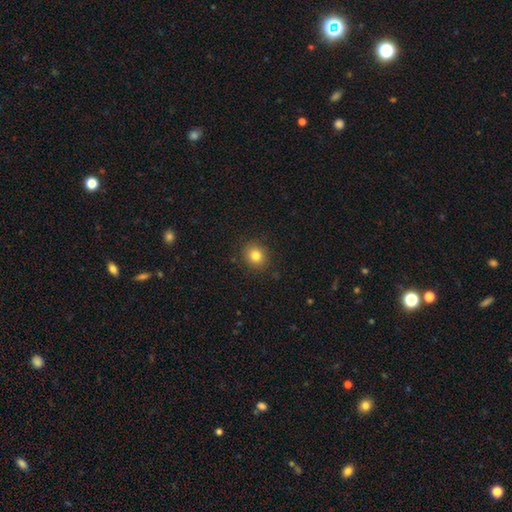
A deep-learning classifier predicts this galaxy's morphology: Q: Smooth or featured?
A: smooth (82%); runner-up: star or artifact (11%)
Q: How rounded?
A: round (78%); runner-up: in between (21%)
Q: Merging?
A: none (89%); runner-up: minor disturbance (8%)